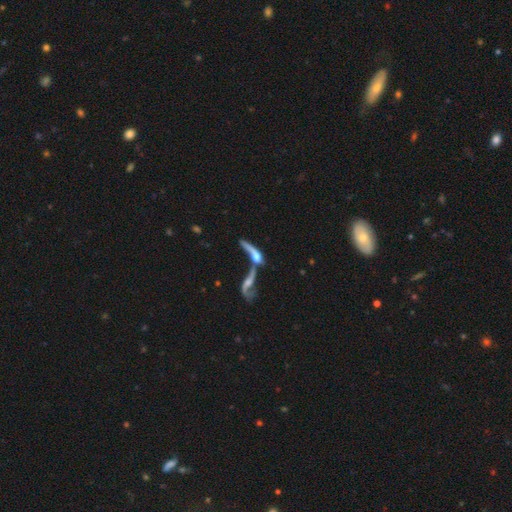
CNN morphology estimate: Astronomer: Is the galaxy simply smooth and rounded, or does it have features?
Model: featured or disk — 59%.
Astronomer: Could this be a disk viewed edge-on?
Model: no — 62% (runner-up: yes, 38%).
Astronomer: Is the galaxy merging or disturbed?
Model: merger — 70%.